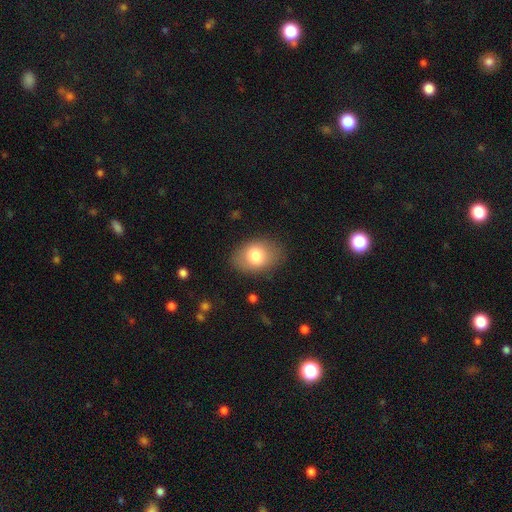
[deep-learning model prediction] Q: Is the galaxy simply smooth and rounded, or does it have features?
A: smooth — 79%.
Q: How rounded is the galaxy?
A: in between — 79%.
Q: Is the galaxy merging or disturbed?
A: none — 82%.